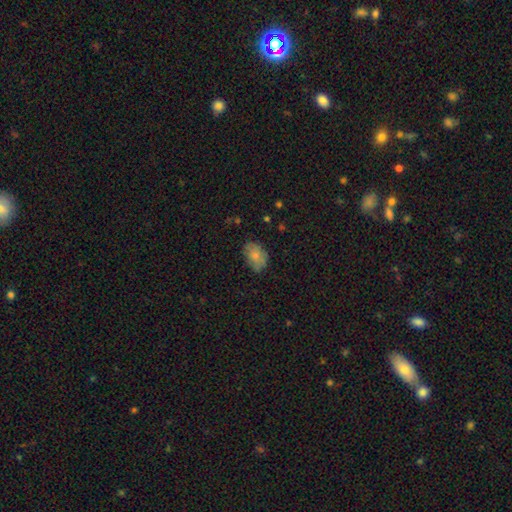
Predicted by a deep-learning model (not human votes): Smooth or featured? smooth (78%)
How rounded? in between (86%)
Merging? none (73%)